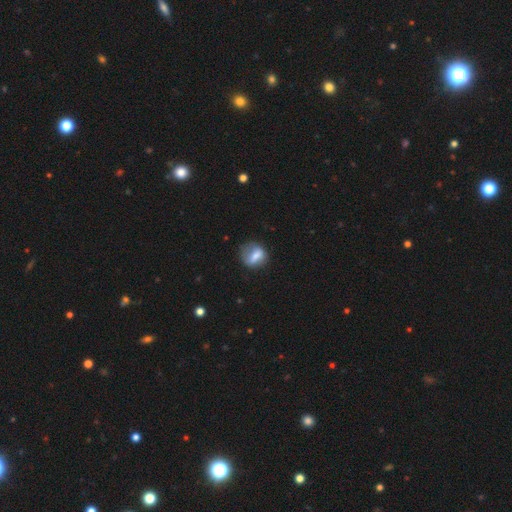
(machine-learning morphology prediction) smooth_or_featured: smooth (p=0.63) [alt: featured or disk p=0.28]
how_rounded: in between (p=0.48) [alt: round p=0.47]
merging: none (p=0.61) [alt: minor disturbance p=0.24]